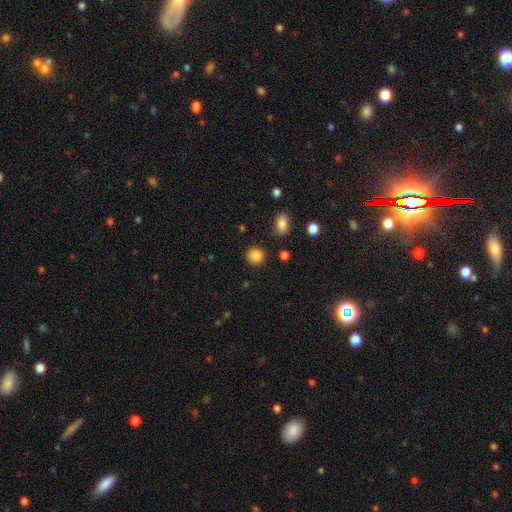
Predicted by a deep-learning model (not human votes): smooth-or-featured: smooth: 87% | star or artifact: 10% | featured or disk: 3%
  how-rounded: round: 88% | in between: 11% | cigar-shaped: 1%
  merging: none: 87% | minor disturbance: 8% | major disturbance: 3% | merger: 2%